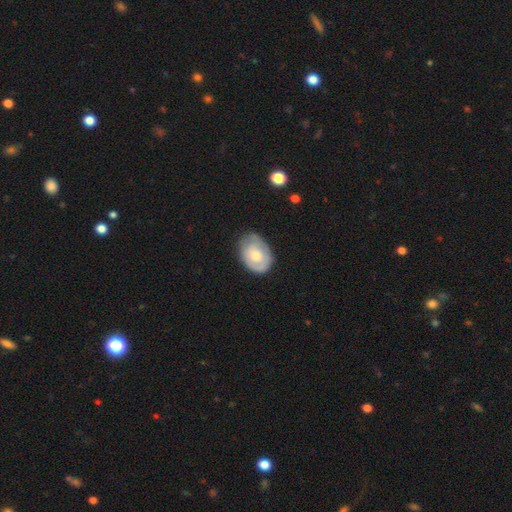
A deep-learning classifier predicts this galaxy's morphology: Smooth or featured? smooth (60%)
How rounded? in between (77%)
Merging? none (65%)